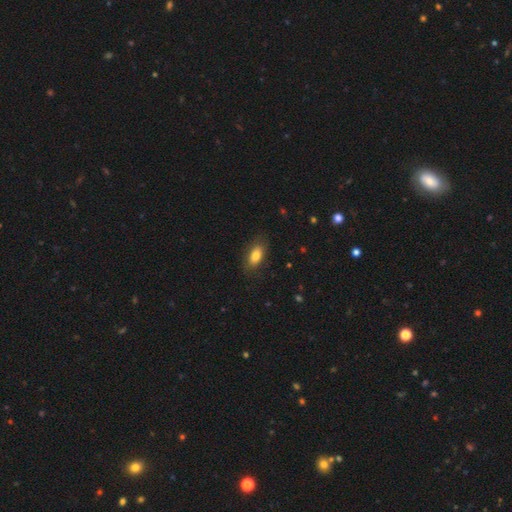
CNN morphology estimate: Overall: smooth (82%). How rounded: in between (88%). Merging: none (83%).